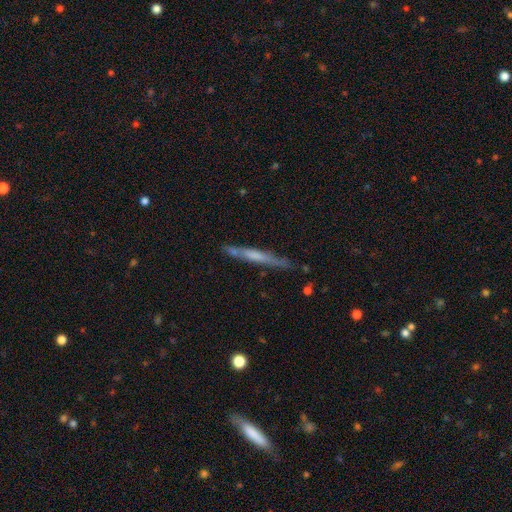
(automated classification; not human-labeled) This is possibly a featured or disk galaxy (50%). Merging: likely none (77%).